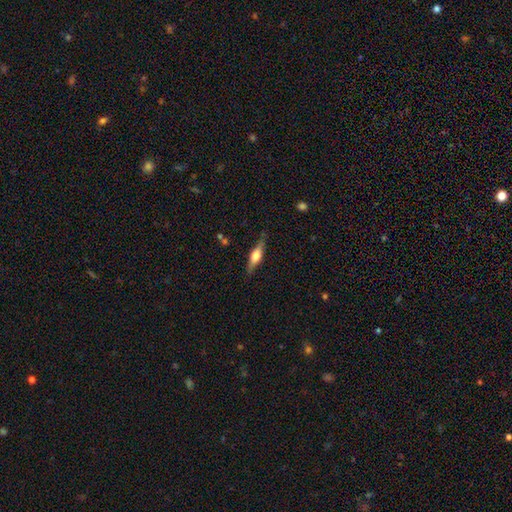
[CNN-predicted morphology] The model was most divided on "smooth or featured": featured or disk: 52%, smooth: 42%, star or artifact: 6%. More confident: edge-on disk — yes (93%); merging — none (82%).